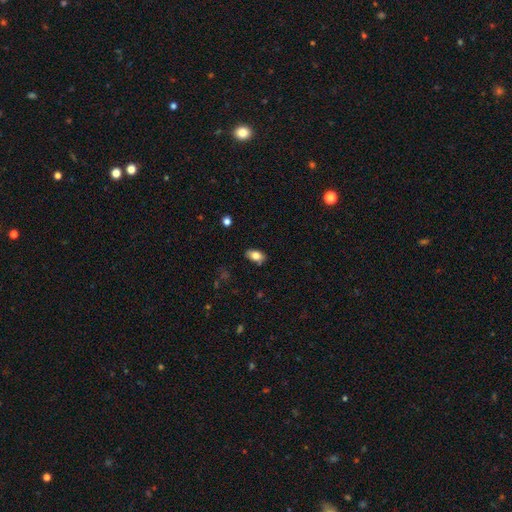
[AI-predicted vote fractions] This is likely a smooth galaxy (79%). How rounded: clearly in between (91%). Merging: clearly none (84%).